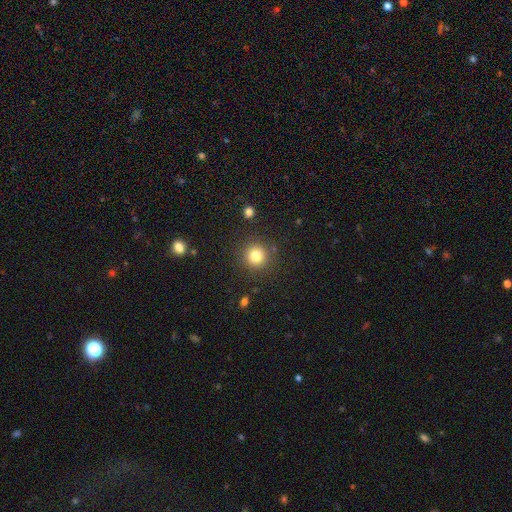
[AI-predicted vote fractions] Morphology: type=smooth (81%); roundness=round (94%); merging=none (88%).